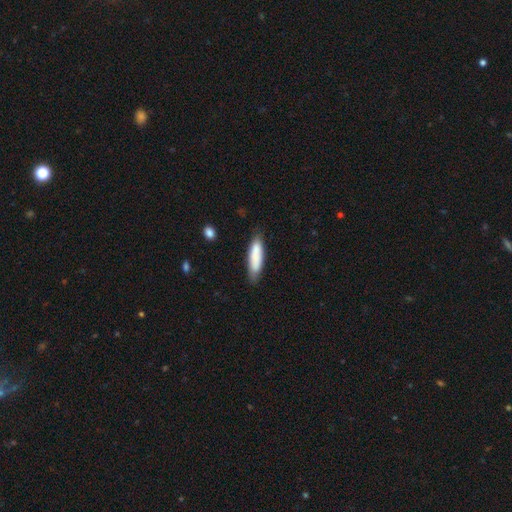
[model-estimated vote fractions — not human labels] The model was most divided on "how rounded": cigar-shaped: 57%, in between: 42%, round: 1%. More confident: smooth or featured — smooth (83%); merging — none (75%).